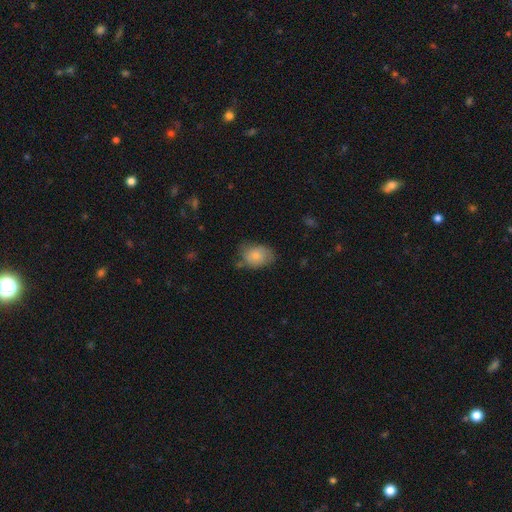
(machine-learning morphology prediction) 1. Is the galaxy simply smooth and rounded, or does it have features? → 76% smooth, 16% featured or disk, 7% star or artifact.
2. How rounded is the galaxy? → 70% in between, 29% round, 1% cigar-shaped.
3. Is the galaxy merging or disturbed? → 57% none, 31% minor disturbance, 9% major disturbance, 3% merger.